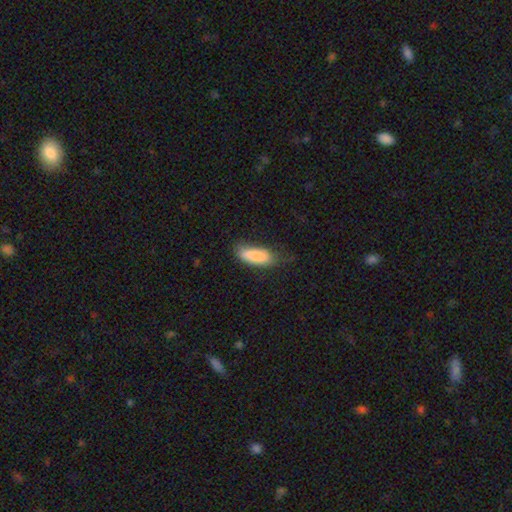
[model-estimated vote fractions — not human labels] Smooth or featured: smooth — 85% (featured or disk — 8%)
How rounded: in between — 65% (cigar-shaped — 33%)
Merging: none — 64% (minor disturbance — 27%)